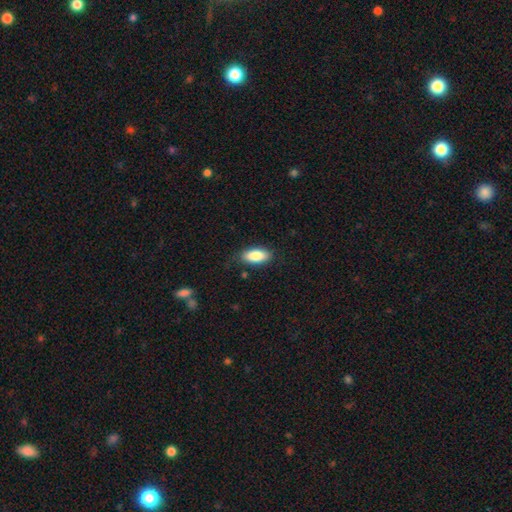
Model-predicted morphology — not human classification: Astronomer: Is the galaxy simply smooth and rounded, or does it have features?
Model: smooth — 86%.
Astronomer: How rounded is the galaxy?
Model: in between — 87%.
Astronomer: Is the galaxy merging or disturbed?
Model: none — 82%.